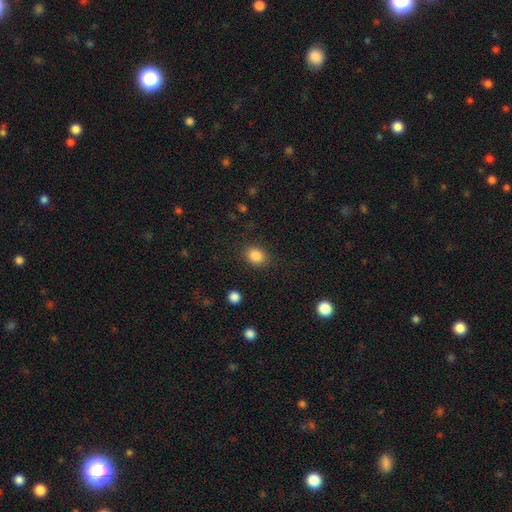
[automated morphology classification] Q: Smooth or featured?
A: smooth (86%); runner-up: star or artifact (9%)
Q: How rounded?
A: in between (53%); runner-up: round (46%)
Q: Merging?
A: none (84%); runner-up: minor disturbance (11%)